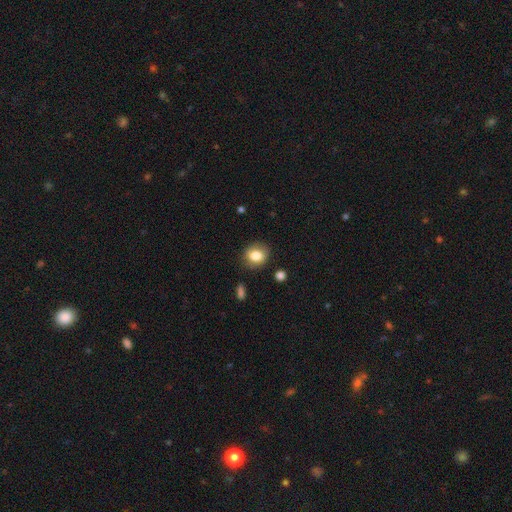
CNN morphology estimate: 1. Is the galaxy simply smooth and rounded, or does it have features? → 80% smooth, 11% featured or disk, 9% star or artifact.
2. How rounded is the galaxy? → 51% round, 48% in between, 1% cigar-shaped.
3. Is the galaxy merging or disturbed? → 80% none, 14% minor disturbance, 4% major disturbance, 2% merger.